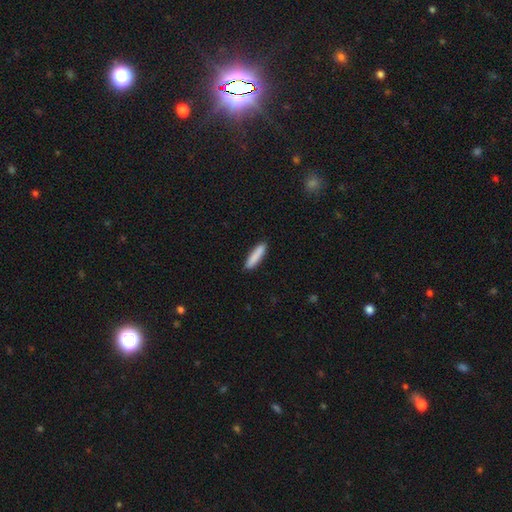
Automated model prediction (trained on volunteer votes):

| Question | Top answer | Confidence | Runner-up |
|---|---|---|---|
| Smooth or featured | smooth | 87% | featured or disk (8%) |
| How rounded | cigar-shaped | 82% | in between (16%) |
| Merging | none | 89% | minor disturbance (8%) |